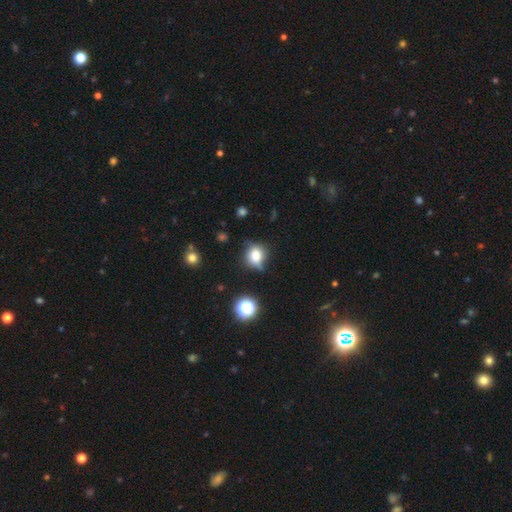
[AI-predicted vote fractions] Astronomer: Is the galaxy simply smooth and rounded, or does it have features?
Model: smooth — 73%.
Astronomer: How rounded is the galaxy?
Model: round — 68%.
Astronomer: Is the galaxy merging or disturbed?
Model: none — 60%.